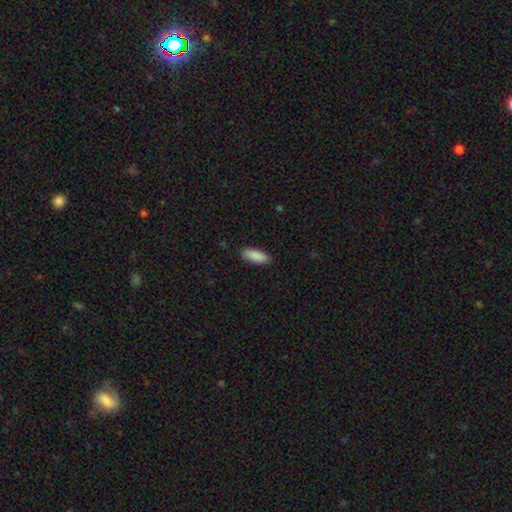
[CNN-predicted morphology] smooth 90%, star or artifact 6%, featured or disk 4%. Down the decision tree: how rounded — in between (74%); merging — none (89%).